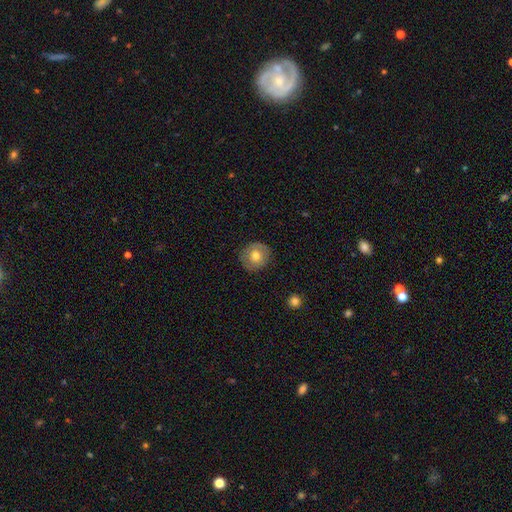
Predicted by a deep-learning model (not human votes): A smooth galaxy with no disk features (69%) that is round (89%).

Vote fractions:
- Smooth or featured? smooth: 69% / featured or disk: 23% / star or artifact: 8%
- How rounded? round: 89% / in between: 10% / cigar-shaped: 1%
- Merging? none: 86% / minor disturbance: 11% / major disturbance: 3% / merger: 1%